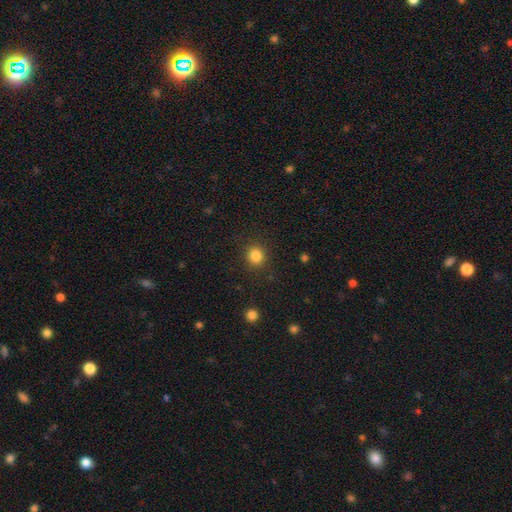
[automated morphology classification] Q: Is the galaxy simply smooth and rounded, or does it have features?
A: smooth — 84%.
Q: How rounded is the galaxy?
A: round — 85%.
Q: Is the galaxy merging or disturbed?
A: none — 88%.